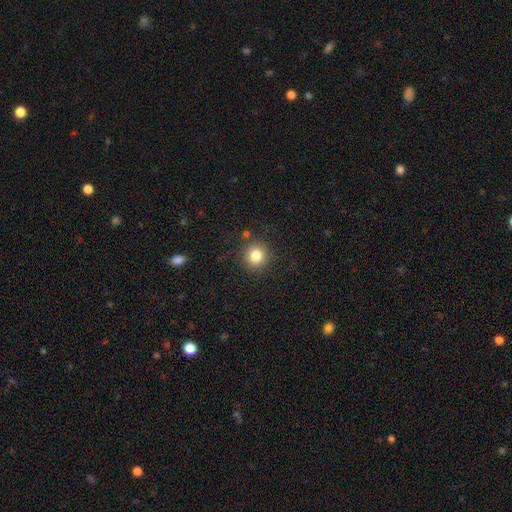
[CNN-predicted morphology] Smooth or featured?
  - smooth: 82% *
  - star or artifact: 11%
  - featured or disk: 7%
How rounded?
  - round: 94% *
  - in between: 5%
  - cigar-shaped: 1%
Merging?
  - none: 88% *
  - minor disturbance: 7%
  - major disturbance: 3%
  - merger: 3%